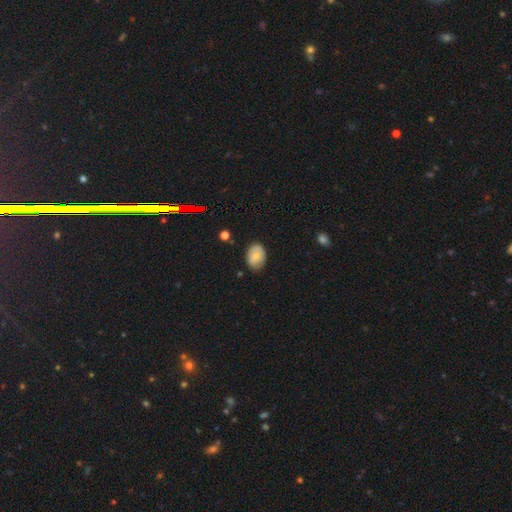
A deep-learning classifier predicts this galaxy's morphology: This is likely a smooth galaxy (69%). How rounded: likely in between (76%). Merging: likely none (75%).